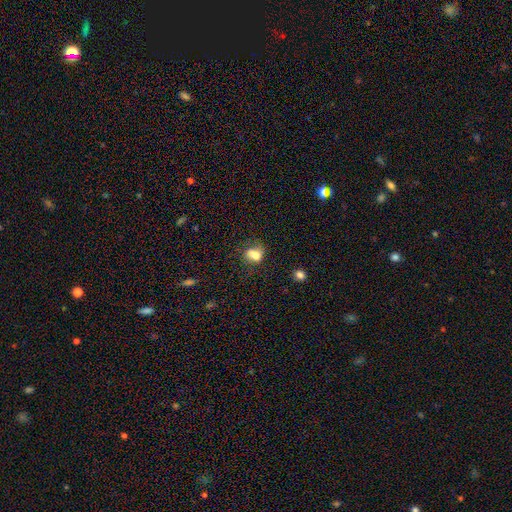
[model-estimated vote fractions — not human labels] Smooth or featured: smooth — 73% (featured or disk — 15%)
How rounded: in between — 54% (round — 44%)
Merging: none — 41% (merger — 24%)